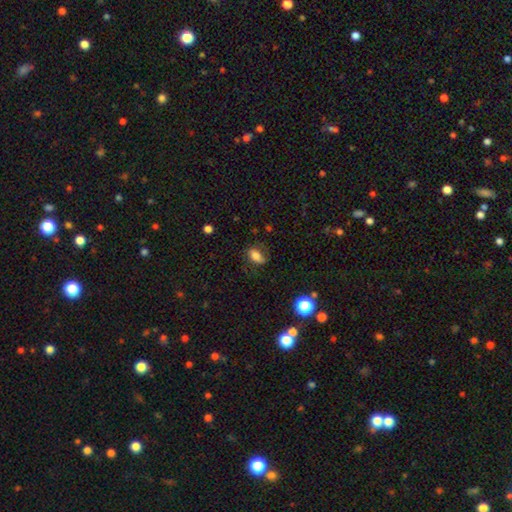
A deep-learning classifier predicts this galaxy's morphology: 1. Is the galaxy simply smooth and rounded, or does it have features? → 71% smooth, 18% featured or disk, 11% star or artifact.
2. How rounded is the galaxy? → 83% in between, 11% round, 6% cigar-shaped.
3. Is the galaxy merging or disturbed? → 65% none, 23% minor disturbance, 10% major disturbance, 2% merger.